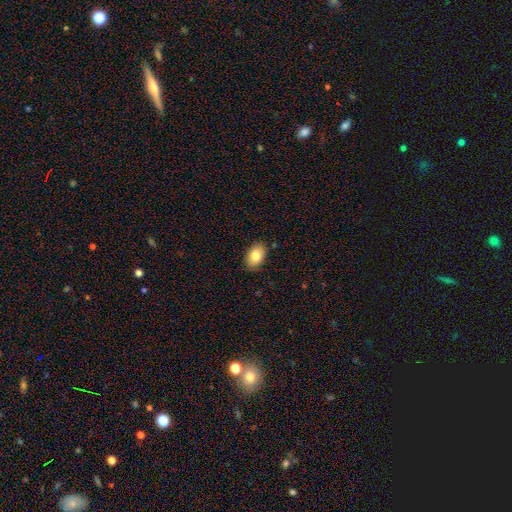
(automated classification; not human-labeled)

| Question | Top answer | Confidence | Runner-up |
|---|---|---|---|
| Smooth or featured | smooth | 83% | featured or disk (10%) |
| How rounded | in between | 89% | round (10%) |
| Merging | none | 87% | minor disturbance (10%) |